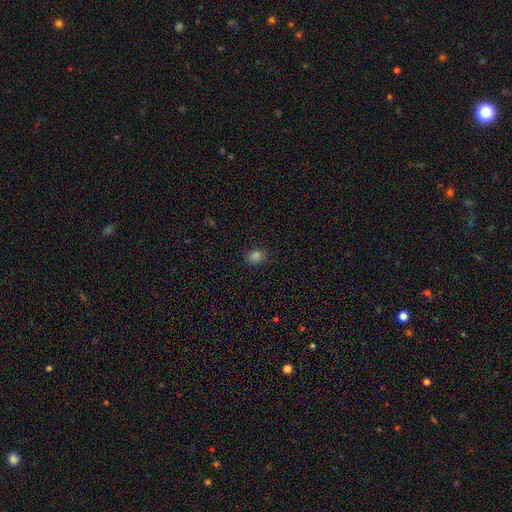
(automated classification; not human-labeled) This appears to be a smooth galaxy with no disk features (81%) that is round (56%). Merging: none (88%).